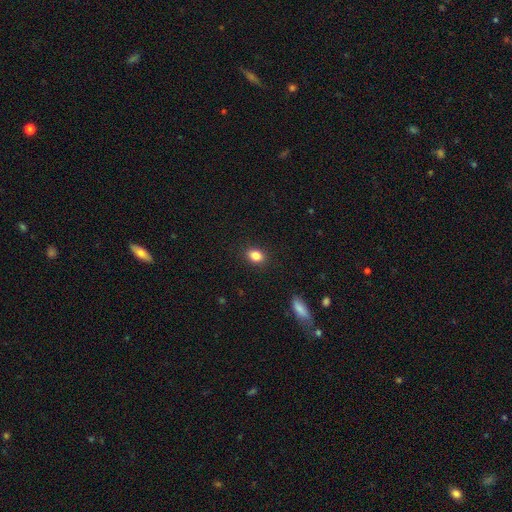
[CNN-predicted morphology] Smooth or featured?
  - smooth: 84% *
  - star or artifact: 10%
  - featured or disk: 6%
How rounded?
  - in between: 67% *
  - round: 31%
  - cigar-shaped: 2%
Merging?
  - none: 89% *
  - minor disturbance: 8%
  - major disturbance: 2%
  - merger: 1%